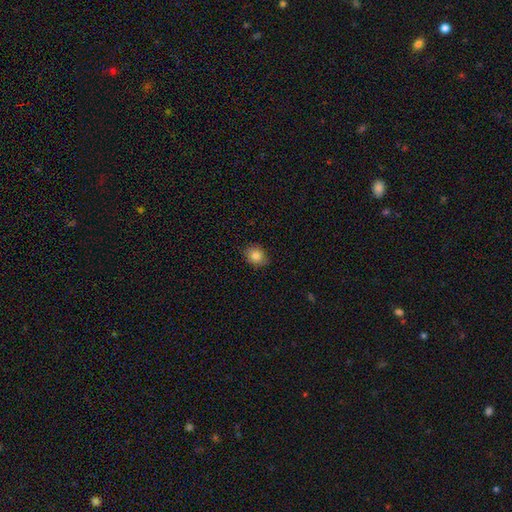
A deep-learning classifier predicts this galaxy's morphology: smooth_or_featured: smooth (p=0.86) [alt: star or artifact p=0.09]
how_rounded: round (p=0.69) [alt: in between p=0.30]
merging: none (p=0.80) [alt: minor disturbance p=0.16]